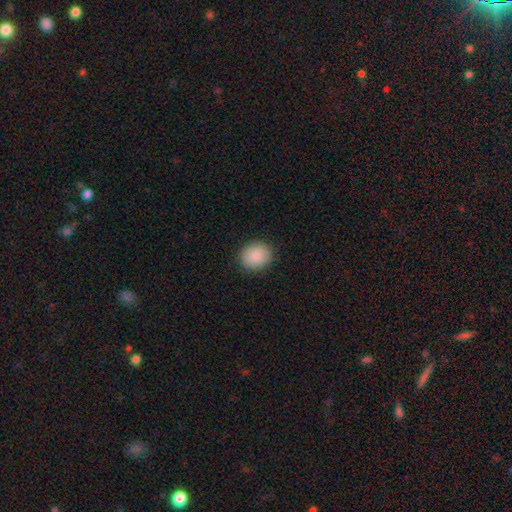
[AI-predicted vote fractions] A smooth galaxy with no disk features (88%) that is round (69%).

Vote fractions:
- Smooth or featured? smooth: 88% / star or artifact: 7% / featured or disk: 4%
- How rounded? round: 69% / in between: 31% / cigar-shaped: 1%
- Merging? none: 89% / minor disturbance: 8% / major disturbance: 2% / merger: 1%